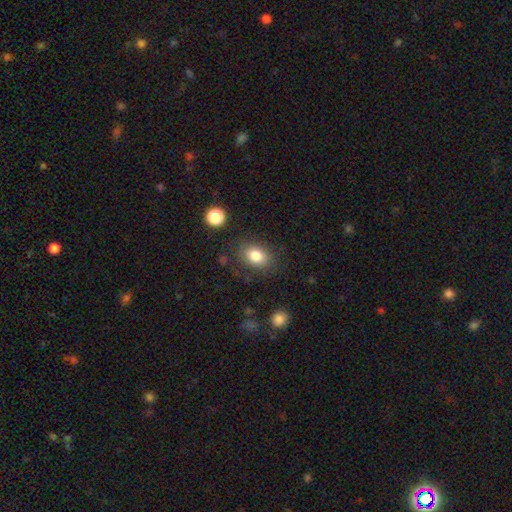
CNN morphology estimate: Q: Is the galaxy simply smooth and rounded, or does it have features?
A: smooth — 83%.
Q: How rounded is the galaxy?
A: in between — 69%.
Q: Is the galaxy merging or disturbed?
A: none — 81%.